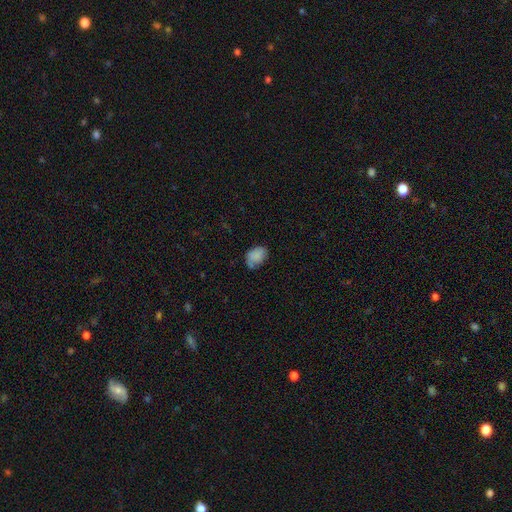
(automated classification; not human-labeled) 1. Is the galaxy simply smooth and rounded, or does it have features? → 78% smooth, 12% featured or disk, 9% star or artifact.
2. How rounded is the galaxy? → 78% in between, 20% round, 1% cigar-shaped.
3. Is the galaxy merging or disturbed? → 53% none, 34% minor disturbance, 10% major disturbance, 4% merger.